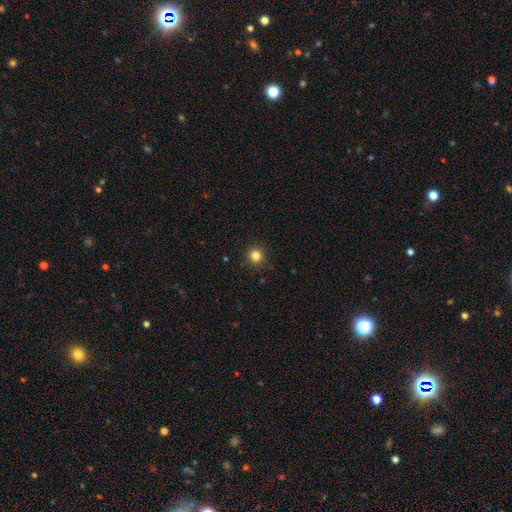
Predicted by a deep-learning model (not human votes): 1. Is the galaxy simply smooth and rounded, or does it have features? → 82% smooth, 13% star or artifact, 5% featured or disk.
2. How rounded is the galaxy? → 95% round, 4% in between, 1% cigar-shaped.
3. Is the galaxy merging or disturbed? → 91% none, 6% minor disturbance, 2% major disturbance, 1% merger.